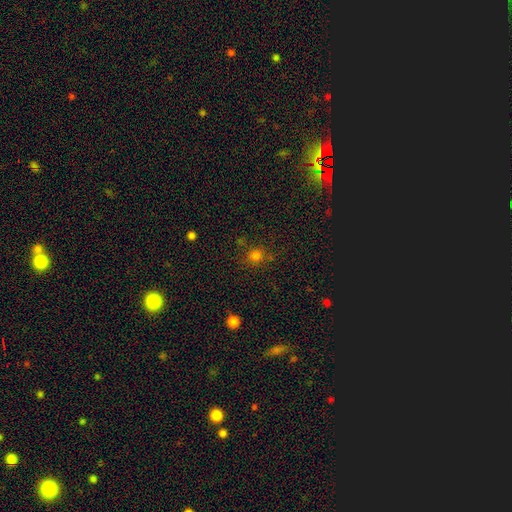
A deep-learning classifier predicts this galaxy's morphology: The model was most divided on "smooth or featured": smooth: 76%, star or artifact: 18%, featured or disk: 6%. More confident: how rounded — round (88%); merging — none (78%).